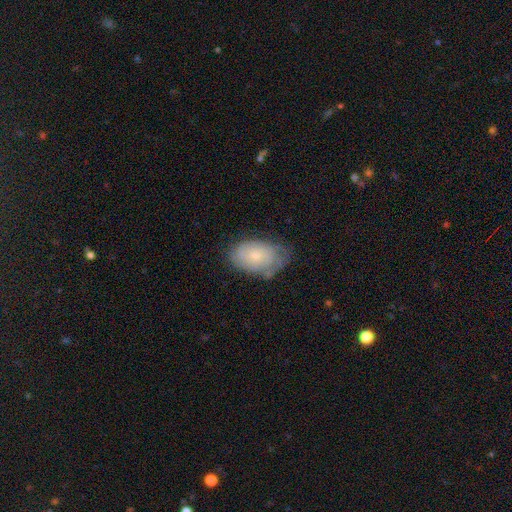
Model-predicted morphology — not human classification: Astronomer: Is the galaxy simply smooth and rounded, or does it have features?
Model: smooth — 54% (runner-up: featured or disk, 39%).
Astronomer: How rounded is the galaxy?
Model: in between — 90%.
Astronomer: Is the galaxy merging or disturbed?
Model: none — 56% (runner-up: minor disturbance, 32%).